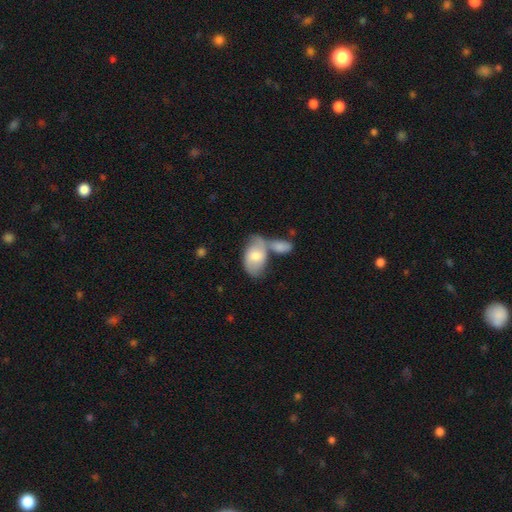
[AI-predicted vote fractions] Smooth or featured: smooth — 62% (featured or disk — 33%)
How rounded: in between — 92% (round — 6%)
Merging: merger — 47% (none — 30%)